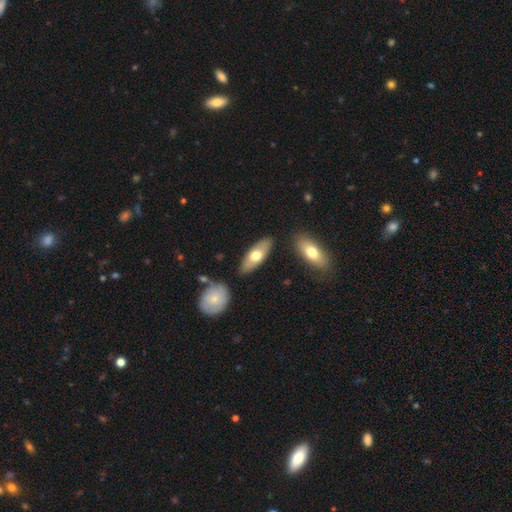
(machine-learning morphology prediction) A smooth galaxy with no disk features (63%) that is in between round and cigar-shaped (74%).

Vote fractions:
- Smooth or featured? smooth: 63% / featured or disk: 32% / star or artifact: 5%
- How rounded? in between: 74% / cigar-shaped: 24% / round: 2%
- Merging? none: 82% / minor disturbance: 11% / merger: 5% / major disturbance: 2%